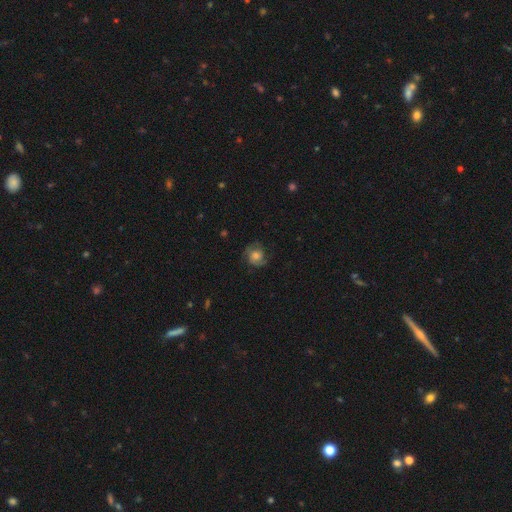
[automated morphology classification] A featured or disk galaxy (47%).

Vote fractions:
- Smooth or featured? featured or disk: 47% / smooth: 43% / star or artifact: 11%
- Merging? none: 70% / minor disturbance: 19% / major disturbance: 10% / merger: 1%